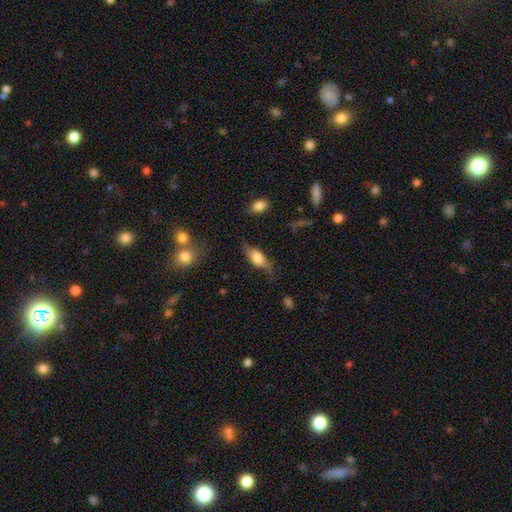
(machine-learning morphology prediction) A smooth galaxy with no disk features (54%) that is in between round and cigar-shaped (77%). Merging: none (58%).